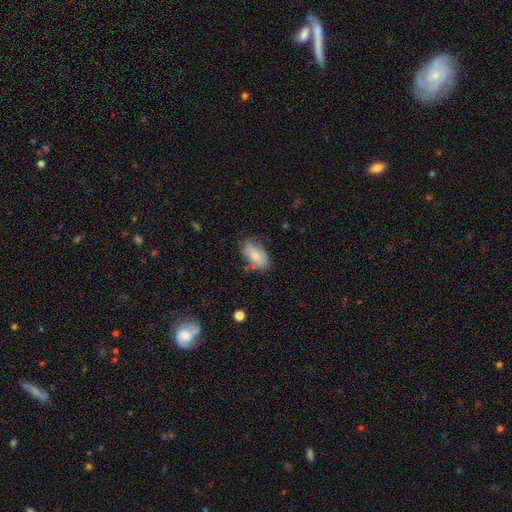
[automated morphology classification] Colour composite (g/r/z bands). It shows a smooth galaxy with no disk features (71%) that is in between round and cigar-shaped (92%). Merging: none (65%).